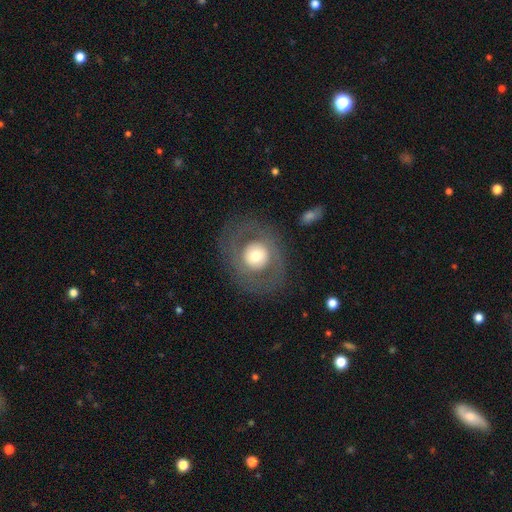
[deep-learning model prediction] Morphology: type=featured or disk (47%); merging=none (79%).